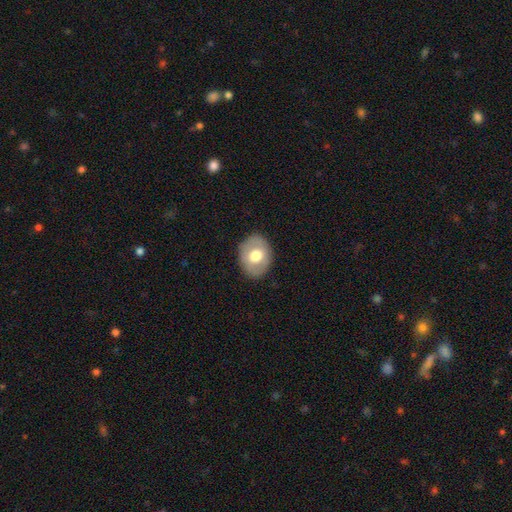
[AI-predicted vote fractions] smooth 62%, featured or disk 31%, star or artifact 7%. Down the decision tree: how rounded — in between (64%); merging — none (85%).